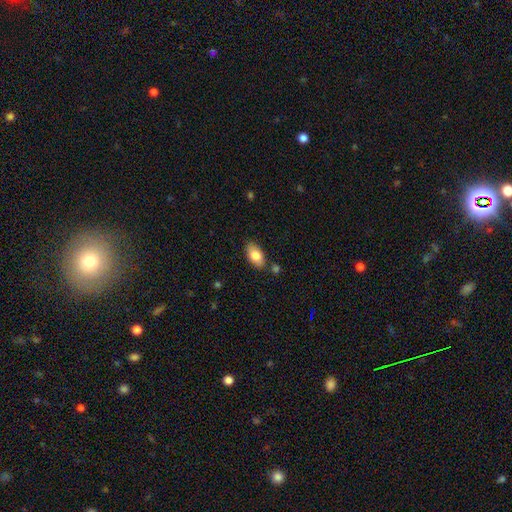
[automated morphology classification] The model was most divided on "merging": none: 81%, minor disturbance: 13%, merger: 4%, major disturbance: 3%. More confident: how rounded — in between (93%); smooth or featured — smooth (81%).